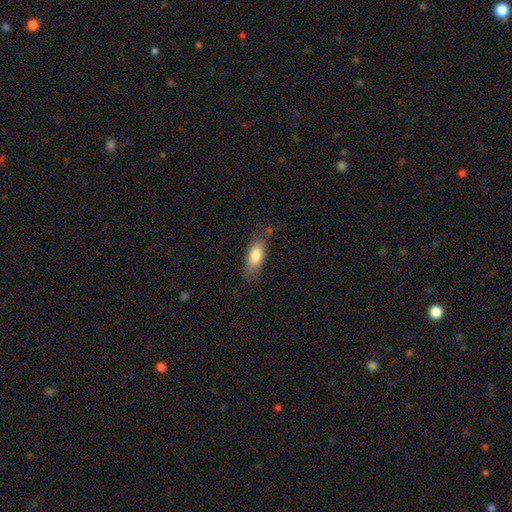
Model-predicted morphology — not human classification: Q: Smooth or featured?
A: smooth (81%); runner-up: featured or disk (13%)
Q: How rounded?
A: in between (80%); runner-up: cigar-shaped (18%)
Q: Merging?
A: none (70%); runner-up: minor disturbance (21%)